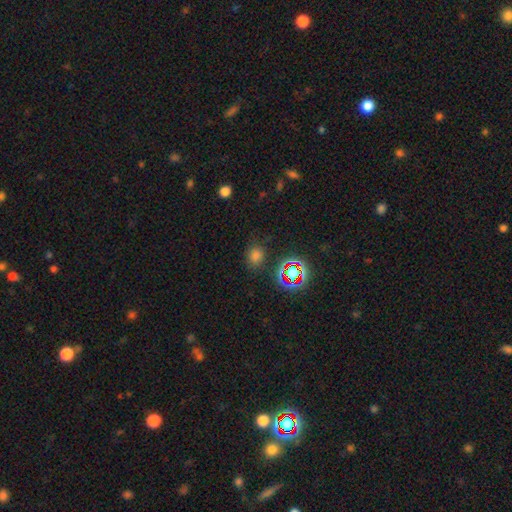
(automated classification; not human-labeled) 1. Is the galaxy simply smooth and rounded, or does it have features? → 67% smooth, 26% star or artifact, 6% featured or disk.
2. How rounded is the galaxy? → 70% round, 29% in between, 1% cigar-shaped.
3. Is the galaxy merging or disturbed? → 80% none, 12% minor disturbance, 5% major disturbance, 3% merger.